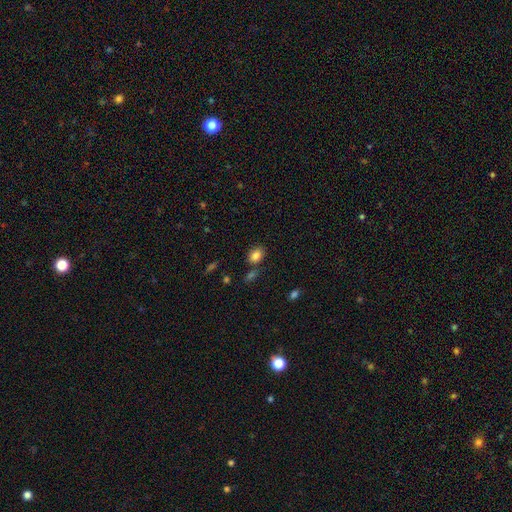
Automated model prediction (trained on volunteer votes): A smooth galaxy with no disk features (84%) that is in between round and cigar-shaped (69%). Merging: none (74%).